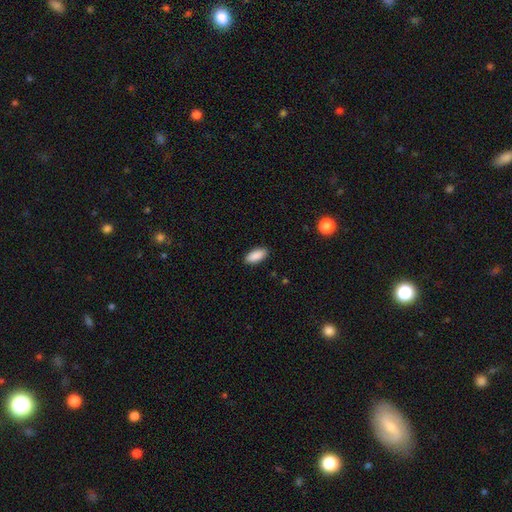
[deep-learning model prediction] This is clearly a smooth galaxy (90%). How rounded: clearly in between (87%). Merging: clearly none (89%).